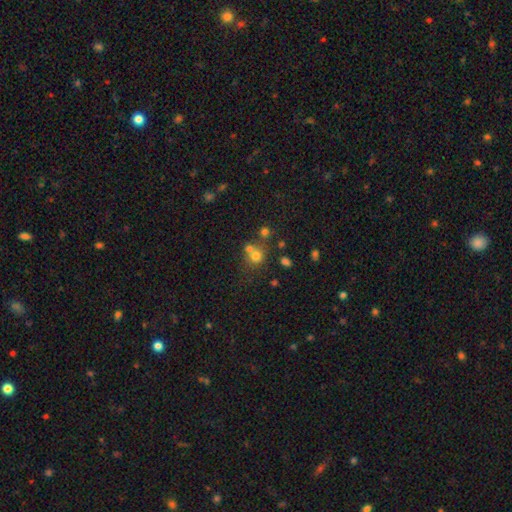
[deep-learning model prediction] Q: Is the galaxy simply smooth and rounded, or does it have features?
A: smooth — 69%.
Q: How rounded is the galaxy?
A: round — 83%.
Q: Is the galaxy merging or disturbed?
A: none — 49%.